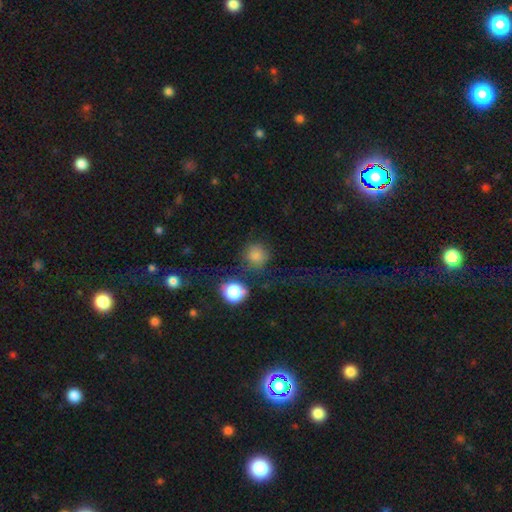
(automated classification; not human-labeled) Overall: smooth (78%). How rounded: round (90%). Merging: none (73%).